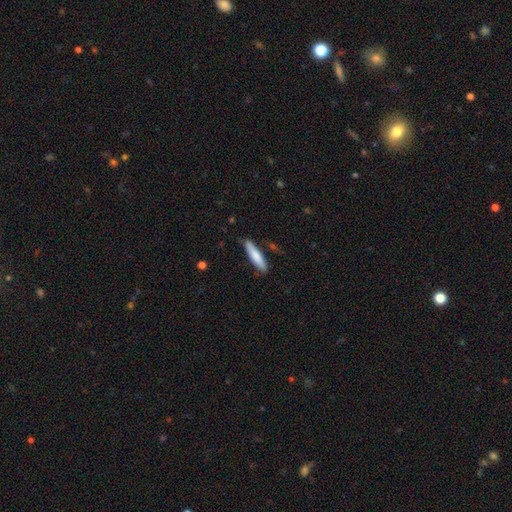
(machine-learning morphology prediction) The model was most divided on "smooth or featured": smooth: 79%, featured or disk: 15%, star or artifact: 5%. More confident: merging — none (83%); how rounded — cigar-shaped (83%).